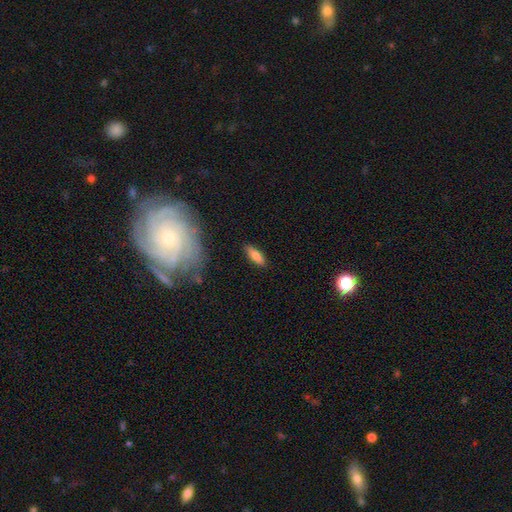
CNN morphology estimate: Q: Smooth or featured?
A: smooth (78%); runner-up: featured or disk (15%)
Q: How rounded?
A: in between (56%); runner-up: cigar-shaped (42%)
Q: Merging?
A: none (85%); runner-up: minor disturbance (11%)